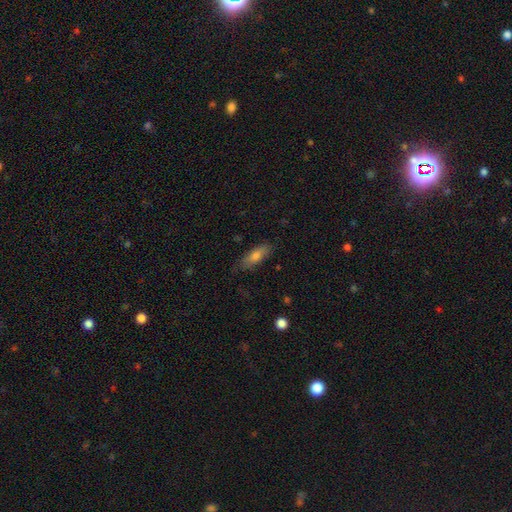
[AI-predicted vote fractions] This appears to be a smooth galaxy with no disk features (73%) that is in between round and cigar-shaped (58%). Merging: none (78%).